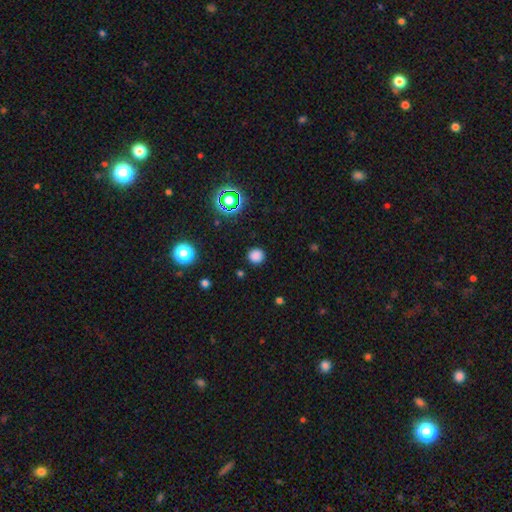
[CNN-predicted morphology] Smooth or featured? smooth (79%)
How rounded? round (92%)
Merging? none (90%)